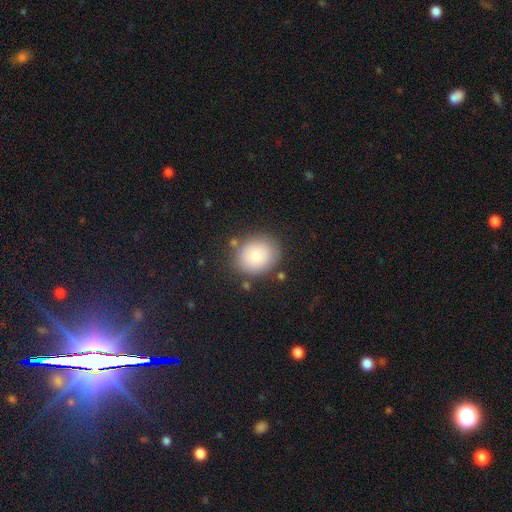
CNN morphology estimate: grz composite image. It shows a smooth galaxy with no disk features (77%) that is round (69%). Merging: none (79%).